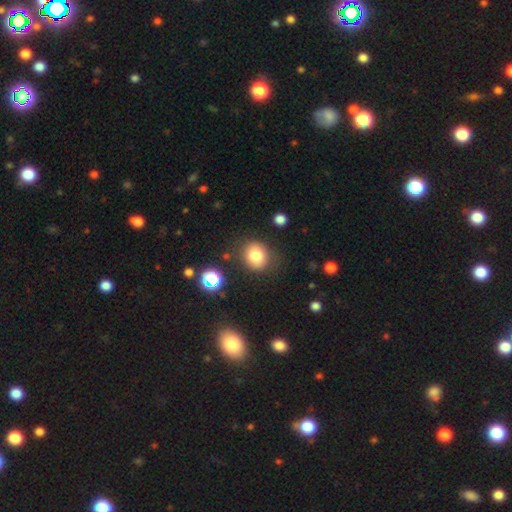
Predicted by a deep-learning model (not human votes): Morphology: type=smooth (80%); roundness=round (74%); merging=none (81%).